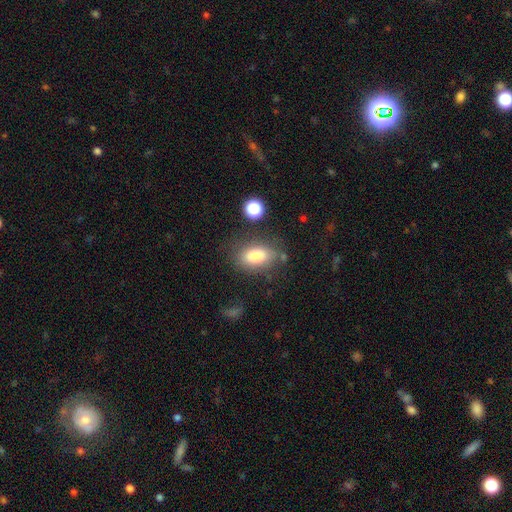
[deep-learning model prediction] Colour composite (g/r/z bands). It shows a smooth galaxy with no disk features (82%) that is in between round and cigar-shaped (87%). Merging: none (73%).